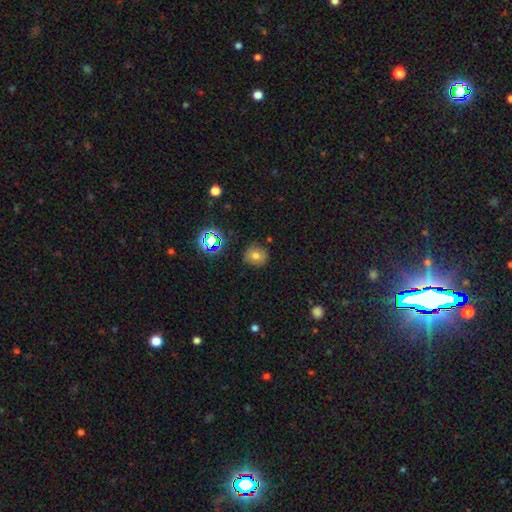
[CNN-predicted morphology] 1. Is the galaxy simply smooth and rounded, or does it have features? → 69% smooth, 20% star or artifact, 11% featured or disk.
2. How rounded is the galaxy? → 88% round, 11% in between, 1% cigar-shaped.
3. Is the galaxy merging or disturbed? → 82% none, 12% minor disturbance, 3% major disturbance, 3% merger.